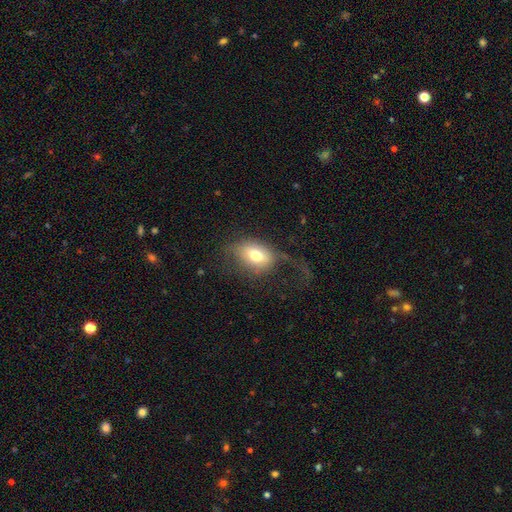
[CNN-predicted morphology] A smooth galaxy with no disk features (68%) that is in between round and cigar-shaped (76%).

Vote fractions:
- Smooth or featured? smooth: 68% / featured or disk: 22% / star or artifact: 9%
- How rounded? in between: 76% / round: 22% / cigar-shaped: 2%
- Merging? none: 42% / major disturbance: 33% / minor disturbance: 22% / merger: 2%